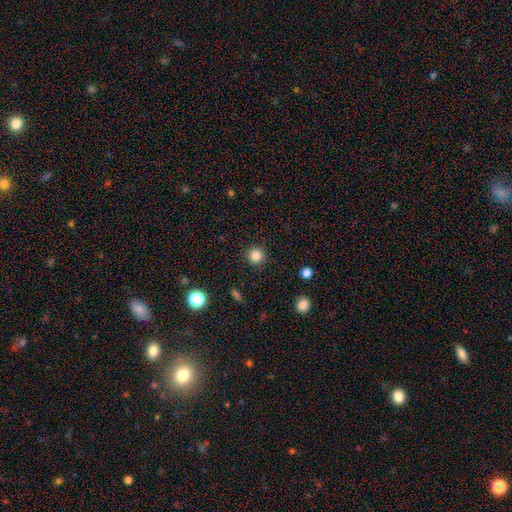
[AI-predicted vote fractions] smooth_or_featured: smooth (p=0.84) [alt: star or artifact p=0.12]
how_rounded: round (p=0.95) [alt: in between p=0.04]
merging: none (p=0.91) [alt: minor disturbance p=0.05]